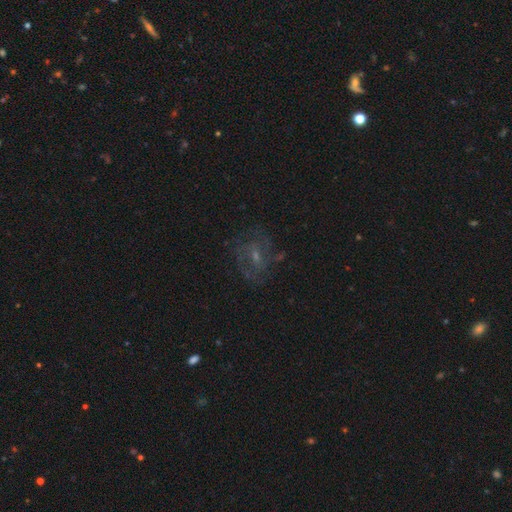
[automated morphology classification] This appears to be a featured or disk galaxy (60%) with a weak bar (45%, tied with no), spiral arms (65%) and a small central bulge (54%). Merging: none (65%).